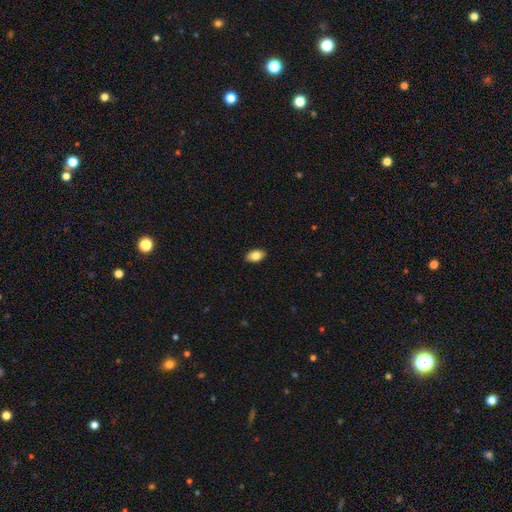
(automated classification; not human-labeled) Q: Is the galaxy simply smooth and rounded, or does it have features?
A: smooth — 83%.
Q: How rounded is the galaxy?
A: in between — 91%.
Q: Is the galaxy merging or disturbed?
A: none — 90%.